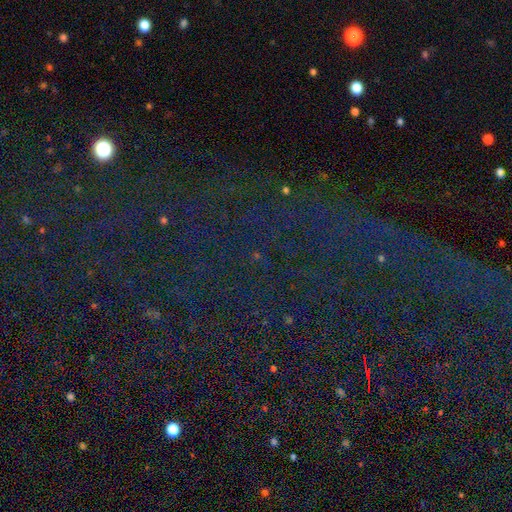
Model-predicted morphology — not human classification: Smooth or featured: star or artifact — 84% (smooth — 8%)